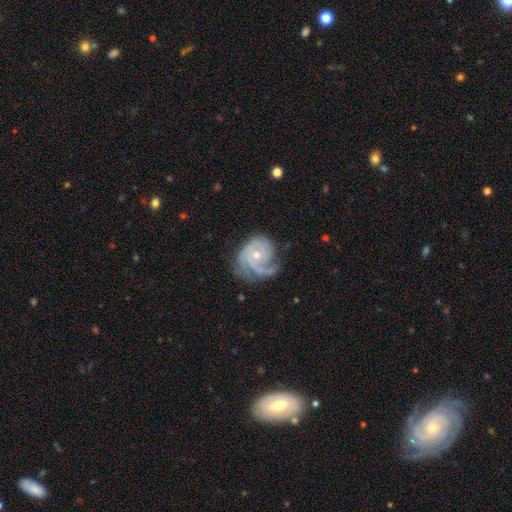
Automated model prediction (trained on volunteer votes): featured or disk 86%, smooth 9%, star or artifact 5%. Down the decision tree: edge-on disk — no (98%); bar — no (75%); spiral arms — yes (96%); spiral arm count — 3 (38%); spiral winding — tight (57%); bulge size — small (60%); merging — none (57%).